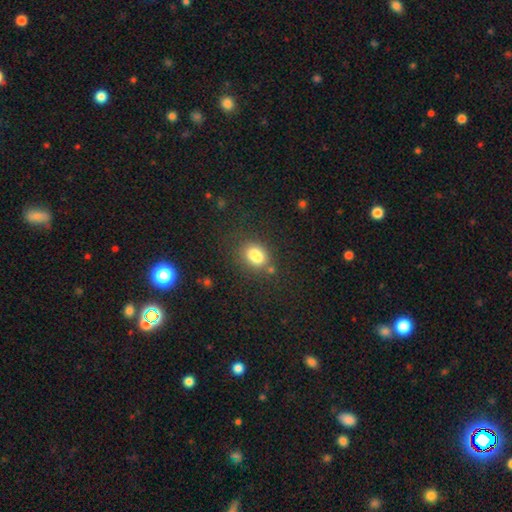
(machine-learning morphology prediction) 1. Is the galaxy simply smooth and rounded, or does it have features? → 82% smooth, 11% star or artifact, 7% featured or disk.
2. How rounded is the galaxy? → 65% in between, 33% round, 1% cigar-shaped.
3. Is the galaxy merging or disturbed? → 65% none, 18% minor disturbance, 11% merger, 7% major disturbance.